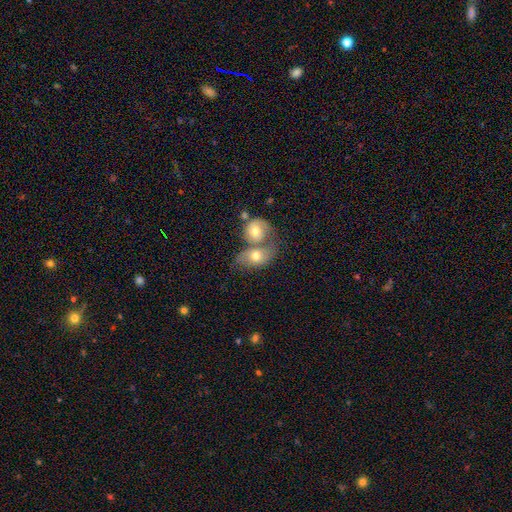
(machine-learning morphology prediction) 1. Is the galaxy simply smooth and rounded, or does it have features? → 60% smooth, 33% featured or disk, 7% star or artifact.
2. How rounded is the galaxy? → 65% in between, 32% round, 2% cigar-shaped.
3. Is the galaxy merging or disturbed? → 70% merger, 16% none, 8% minor disturbance, 6% major disturbance.